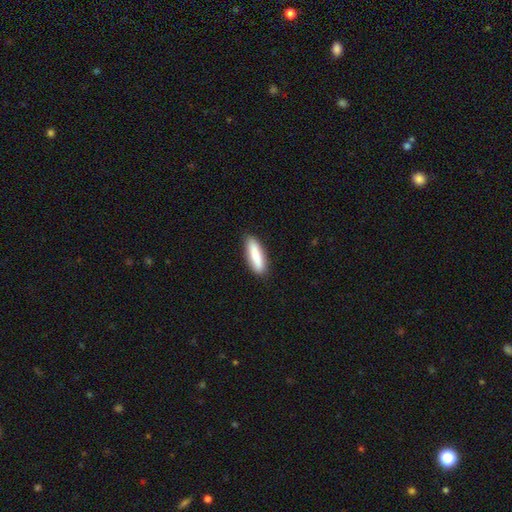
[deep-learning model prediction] smooth 82%, featured or disk 13%, star or artifact 5%. Down the decision tree: how rounded — cigar-shaped (66%); merging — none (86%).